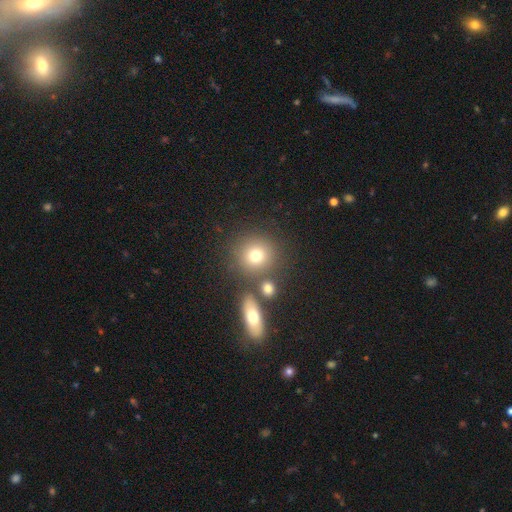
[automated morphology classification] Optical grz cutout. It shows a smooth galaxy with no disk features (75%) that is round (87%). Merging: none (73%).